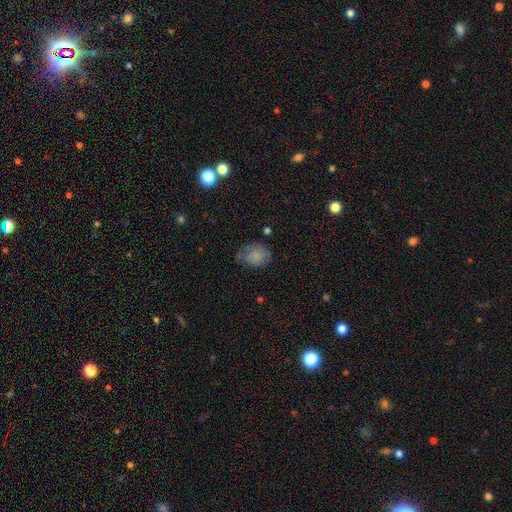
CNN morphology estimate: This is likely a smooth galaxy (75%). How rounded: possibly in between (52%). Merging: possibly none (54%).